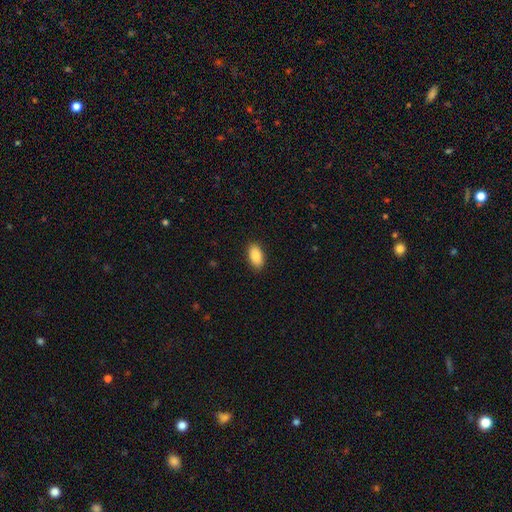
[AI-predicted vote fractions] smooth_or_featured: smooth (p=0.86) [alt: star or artifact p=0.07]
how_rounded: in between (p=0.93) [alt: round p=0.04]
merging: none (p=0.89) [alt: minor disturbance p=0.08]